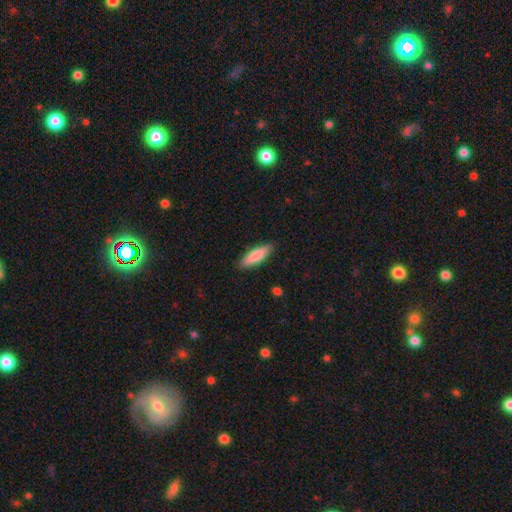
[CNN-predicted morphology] Overall: smooth (82%). How rounded: cigar-shaped (53%; in between 45%). Merging: none (88%).